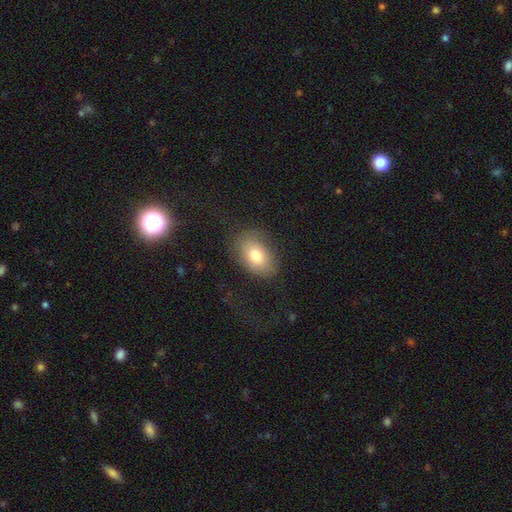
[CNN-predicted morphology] This is likely a smooth galaxy (76%). How rounded: clearly in between (82%). Merging: likely none (71%).